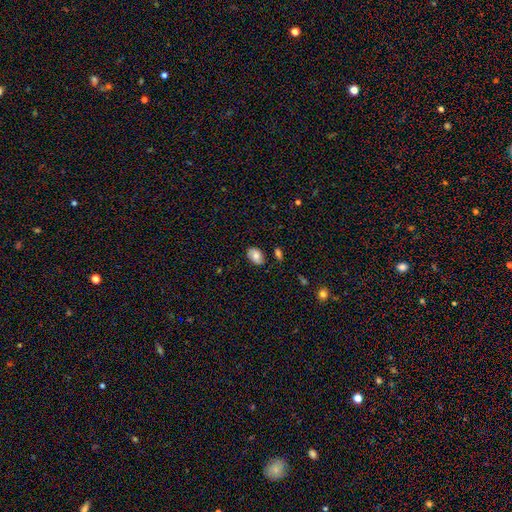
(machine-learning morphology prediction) smooth 75%, featured or disk 16%, star or artifact 8%. Down the decision tree: how rounded — in between (83%); merging — none (78%).